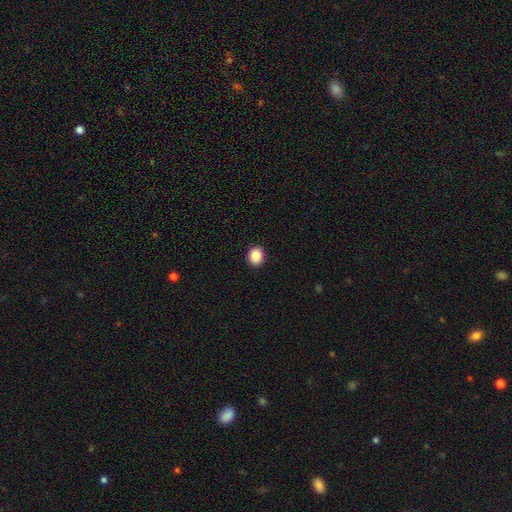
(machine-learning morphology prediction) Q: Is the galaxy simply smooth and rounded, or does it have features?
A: smooth — 87%.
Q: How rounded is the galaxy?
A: round — 72%.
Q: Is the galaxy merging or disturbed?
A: none — 92%.